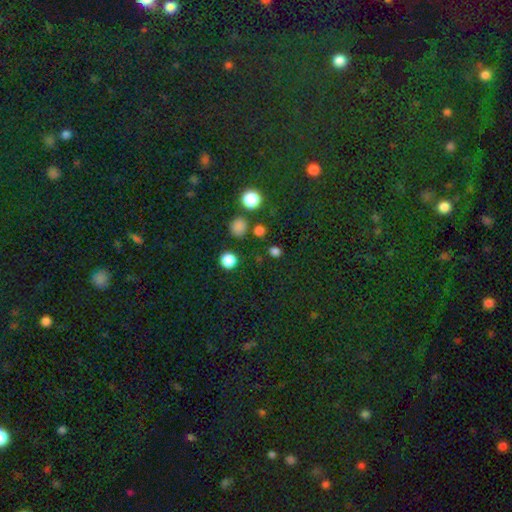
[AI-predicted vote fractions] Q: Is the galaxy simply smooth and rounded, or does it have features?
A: star or artifact — 72%.